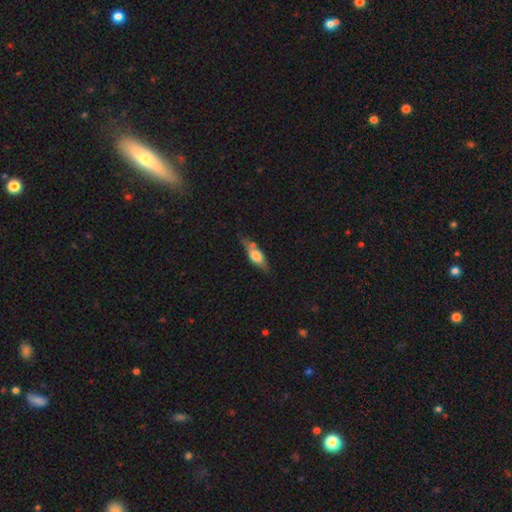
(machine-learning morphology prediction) Overall: smooth (54%; featured or disk 39%). How rounded: in between (55%; cigar-shaped 41%). Merging: none (62%).